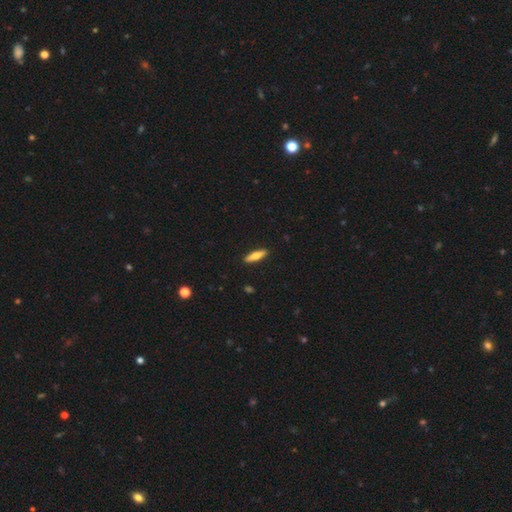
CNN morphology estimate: Smooth or featured? smooth (61%)
How rounded? cigar-shaped (69%)
Merging? none (91%)